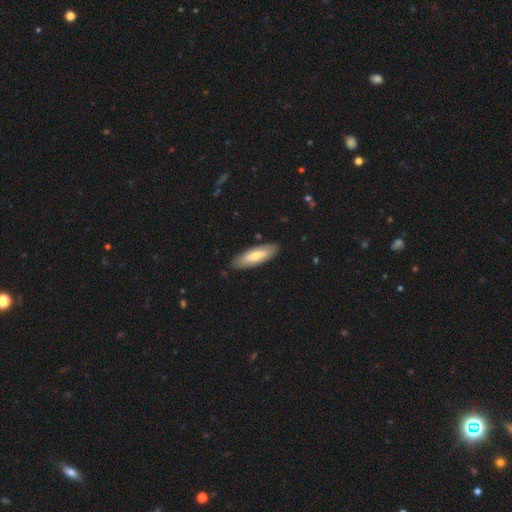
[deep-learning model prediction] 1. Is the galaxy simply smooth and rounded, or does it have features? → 63% smooth, 32% featured or disk, 5% star or artifact.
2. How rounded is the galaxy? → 57% in between, 42% cigar-shaped, 2% round.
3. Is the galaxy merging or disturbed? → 86% none, 10% minor disturbance, 2% major disturbance, 1% merger.